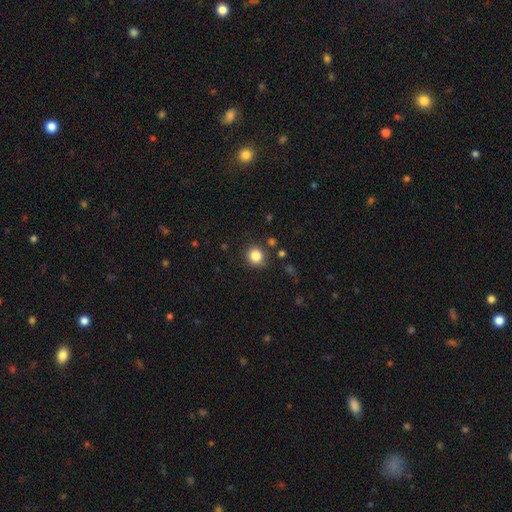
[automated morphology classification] This appears to be a smooth galaxy with no disk features (85%) that is round (84%). Merging: none (85%).